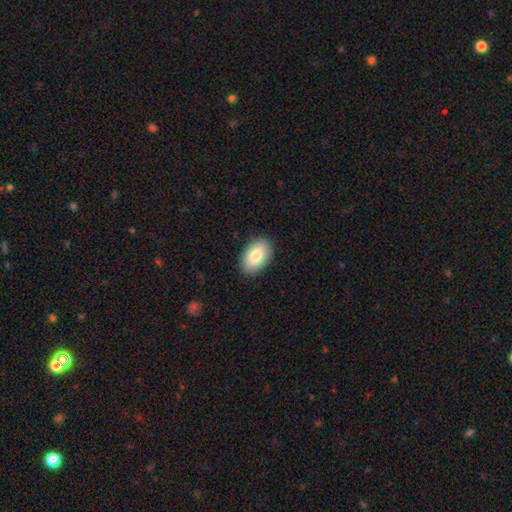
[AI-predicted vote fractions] A smooth galaxy with no disk features (83%) that is in between round and cigar-shaped (93%).

Vote fractions:
- Smooth or featured? smooth: 83% / featured or disk: 10% / star or artifact: 6%
- How rounded? in between: 93% / round: 6% / cigar-shaped: 1%
- Merging? none: 88% / minor disturbance: 9% / major disturbance: 2% / merger: 1%